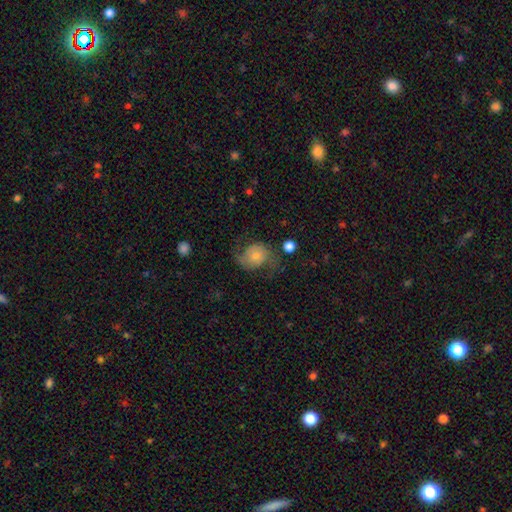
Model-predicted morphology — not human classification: Smooth or featured? featured or disk (63%)
Edge-on disk? no (97%)
Bar? no (76%)
Spiral arms? yes (92%)
Spiral winding? loose (46%)
Spiral arm count? 2 (89%)
Bulge size? small (54%)
Merging? none (63%)